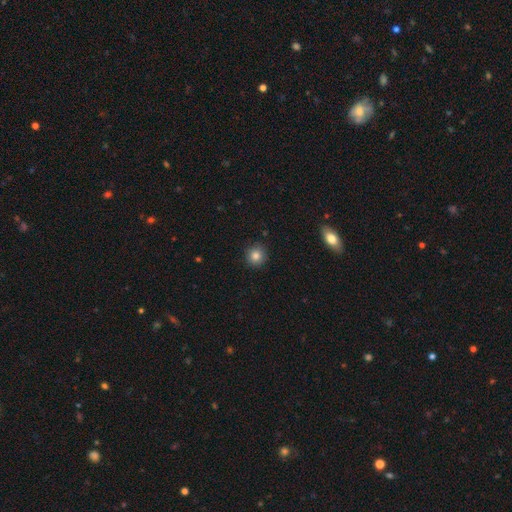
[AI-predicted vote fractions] smooth_or_featured: smooth (p=0.82) [alt: star or artifact p=0.11]
how_rounded: round (p=0.93) [alt: in between p=0.06]
merging: none (p=0.91) [alt: minor disturbance p=0.07]